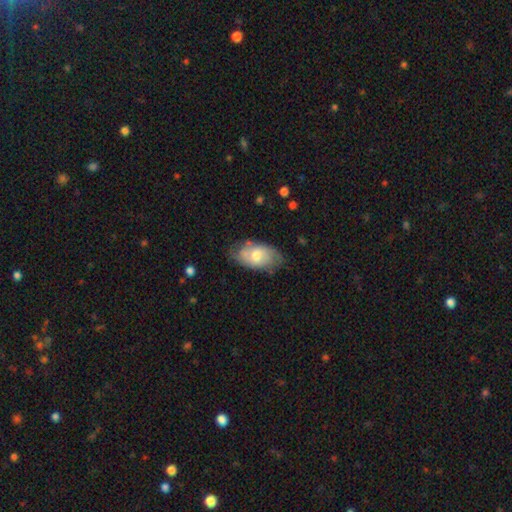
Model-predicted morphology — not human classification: This appears to be a smooth galaxy with no disk features (58%) that is in between round and cigar-shaped (92%). Merging: none (65%).